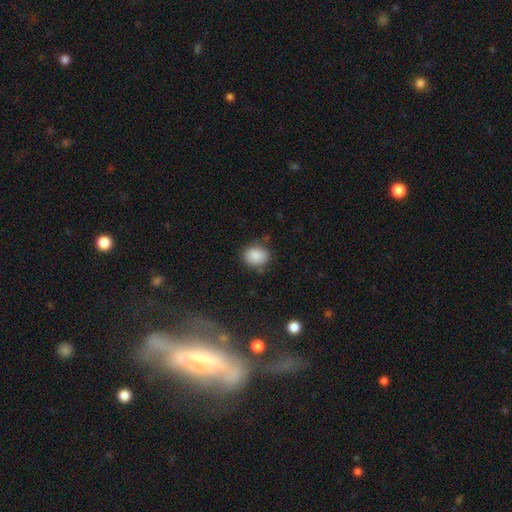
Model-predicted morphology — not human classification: smooth 87%, star or artifact 8%, featured or disk 4%. Down the decision tree: how rounded — round (54%); merging — none (76%).